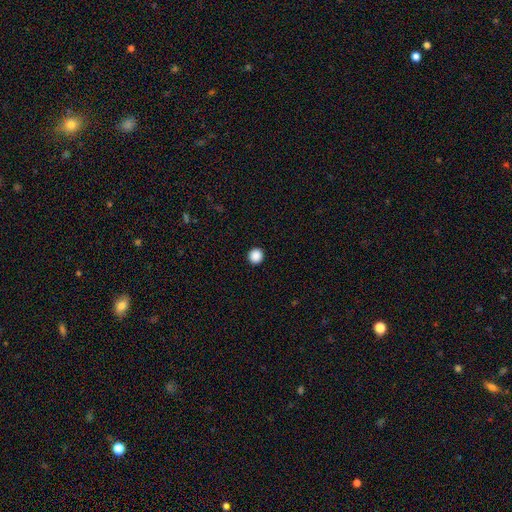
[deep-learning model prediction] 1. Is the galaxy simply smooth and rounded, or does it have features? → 89% smooth, 9% star or artifact, 2% featured or disk.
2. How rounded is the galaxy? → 95% round, 4% in between, 1% cigar-shaped.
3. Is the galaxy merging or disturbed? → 94% none, 4% minor disturbance, 1% major disturbance, 1% merger.